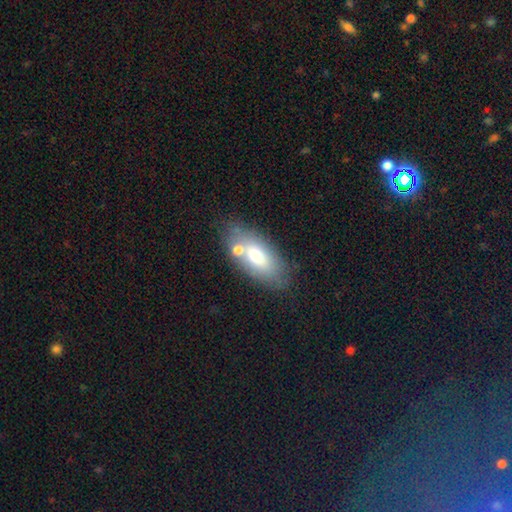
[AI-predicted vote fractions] Smooth or featured? Predicted: smooth (p=0.65). How rounded? Predicted: in between (p=0.87). Merging? Predicted: none (p=0.65).